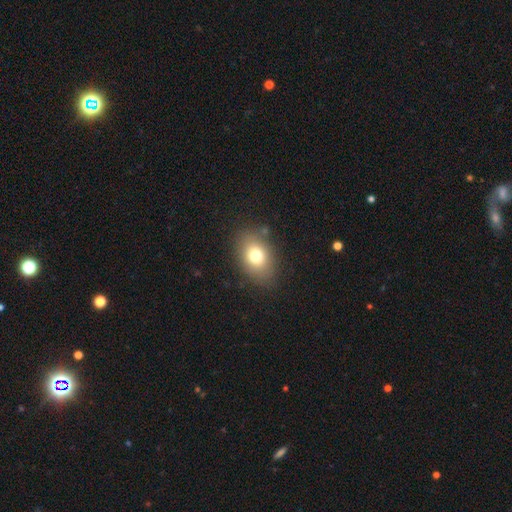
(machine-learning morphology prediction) Smooth or featured? smooth (75%)
How rounded? in between (74%)
Merging? none (81%)